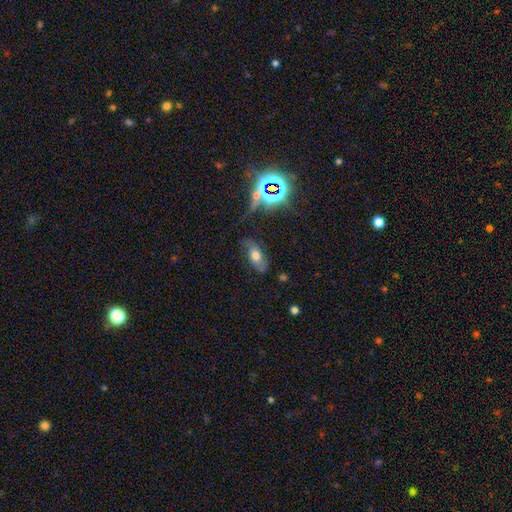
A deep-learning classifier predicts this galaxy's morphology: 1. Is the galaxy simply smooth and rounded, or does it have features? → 51% smooth, 32% featured or disk, 17% star or artifact.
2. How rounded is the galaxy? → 84% in between, 10% cigar-shaped, 6% round.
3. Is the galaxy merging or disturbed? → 70% none, 20% minor disturbance, 8% major disturbance, 2% merger.